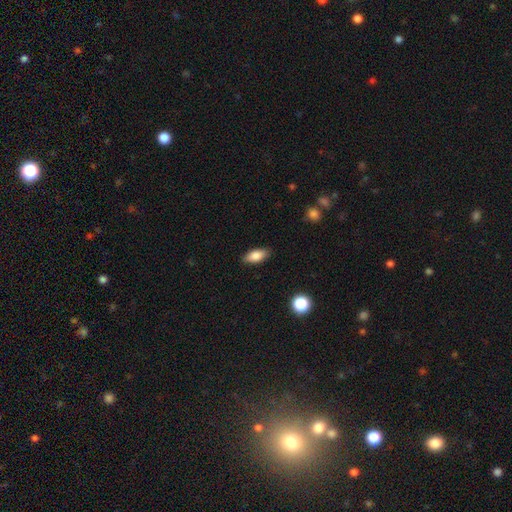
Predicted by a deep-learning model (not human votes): smooth_or_featured: smooth (p=0.83) [alt: featured or disk p=0.10]
how_rounded: in between (p=0.84) [alt: cigar-shaped p=0.12]
merging: none (p=0.87) [alt: minor disturbance p=0.10]